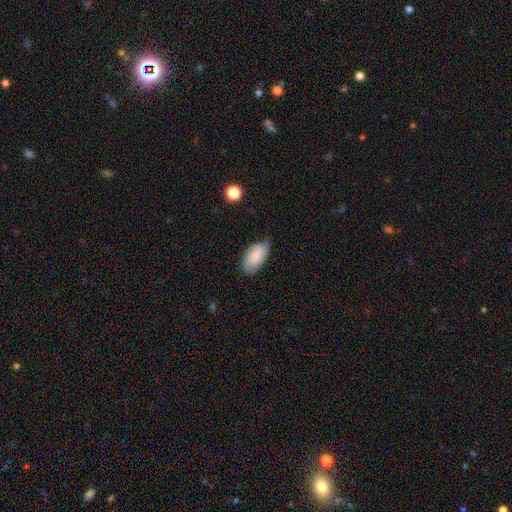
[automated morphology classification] Smooth or featured: smooth — 74% (featured or disk — 19%)
How rounded: in between — 94% (round — 3%)
Merging: none — 65% (minor disturbance — 28%)